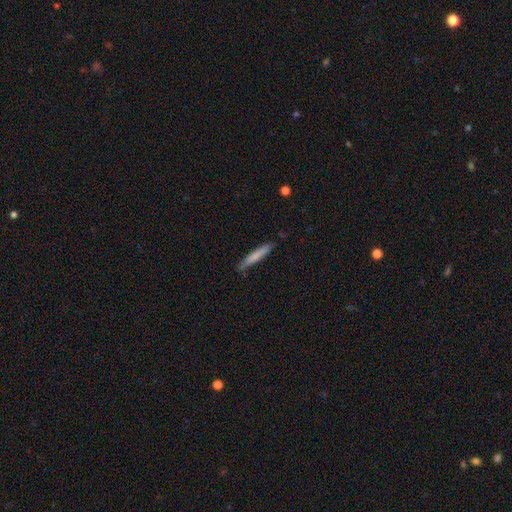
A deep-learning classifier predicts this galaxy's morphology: Smooth or featured? smooth (73%)
How rounded? cigar-shaped (93%)
Merging? none (81%)